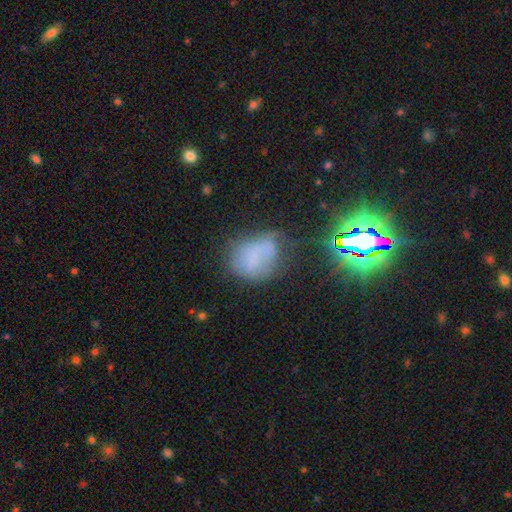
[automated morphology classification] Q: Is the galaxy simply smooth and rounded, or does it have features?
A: smooth — 52%.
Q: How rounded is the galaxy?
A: in between — 55%.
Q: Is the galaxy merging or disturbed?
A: none — 44%.